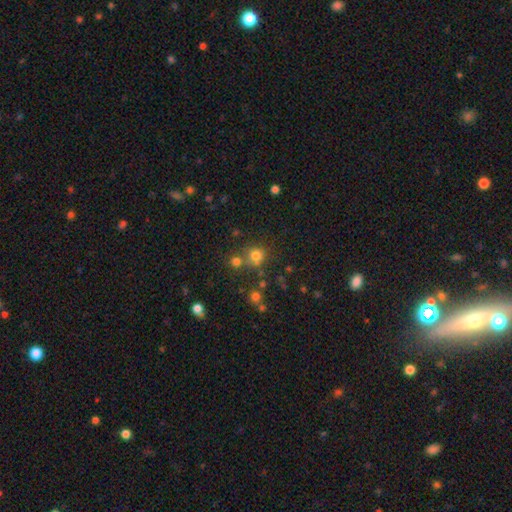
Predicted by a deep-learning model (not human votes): smooth-or-featured: smooth: 74% | star or artifact: 18% | featured or disk: 8%
  how-rounded: round: 87% | in between: 12% | cigar-shaped: 1%
  merging: none: 64% | merger: 21% | minor disturbance: 10% | major disturbance: 5%